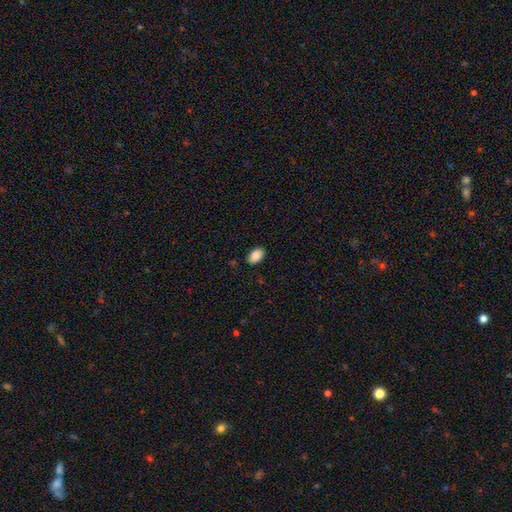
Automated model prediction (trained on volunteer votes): This is clearly a smooth galaxy (90%). How rounded: clearly in between (92%). Merging: clearly none (87%).